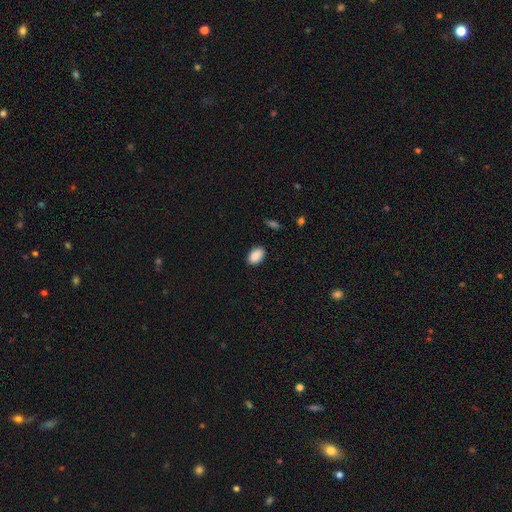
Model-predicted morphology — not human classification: This appears to be a smooth galaxy with no disk features (90%) that is in between round and cigar-shaped (89%). Merging: none (86%).